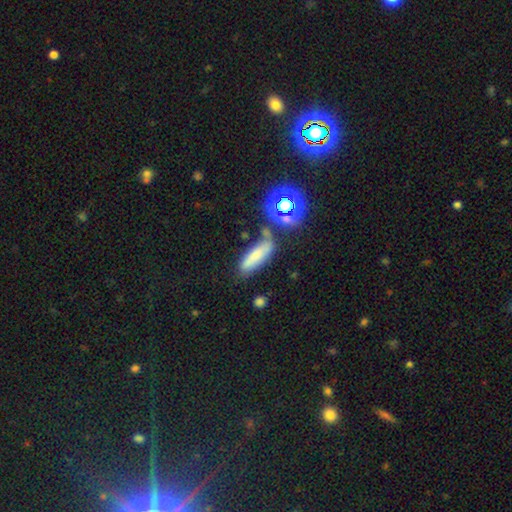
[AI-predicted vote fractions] Q: Smooth or featured?
A: smooth (65%); runner-up: star or artifact (18%)
Q: How rounded?
A: cigar-shaped (47%); tied with: in between (47%)
Q: Merging?
A: none (56%); runner-up: minor disturbance (21%)